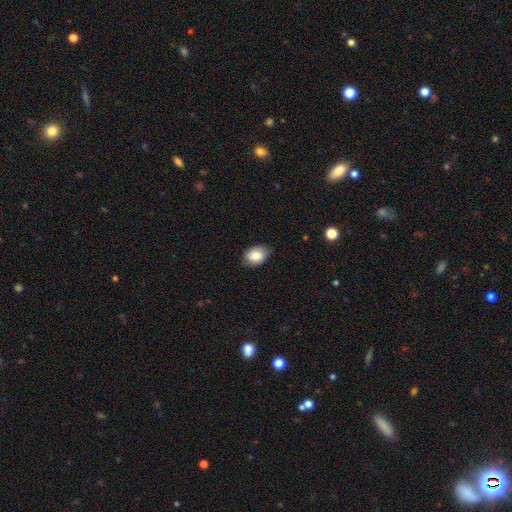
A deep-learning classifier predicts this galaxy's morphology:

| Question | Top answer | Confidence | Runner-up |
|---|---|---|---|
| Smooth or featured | smooth | 81% | featured or disk (12%) |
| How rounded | in between | 82% | round (17%) |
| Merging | none | 80% | minor disturbance (16%) |